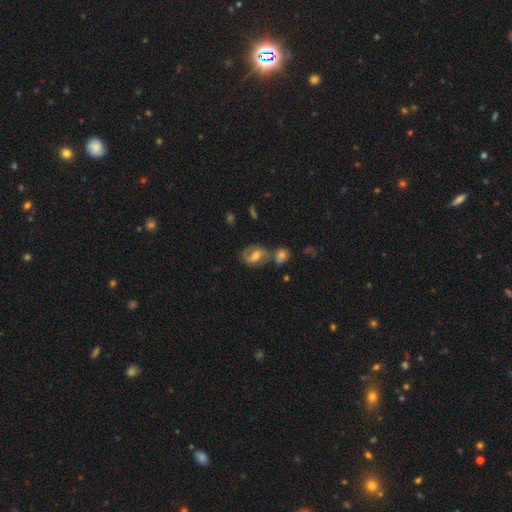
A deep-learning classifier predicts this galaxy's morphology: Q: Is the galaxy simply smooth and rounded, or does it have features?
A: featured or disk — 56%.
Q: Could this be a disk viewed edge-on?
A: no — 95%.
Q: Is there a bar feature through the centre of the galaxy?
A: weak — 46%.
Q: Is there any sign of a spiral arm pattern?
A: yes — 77%.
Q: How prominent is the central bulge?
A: moderate — 64%.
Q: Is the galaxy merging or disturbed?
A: none — 53%.